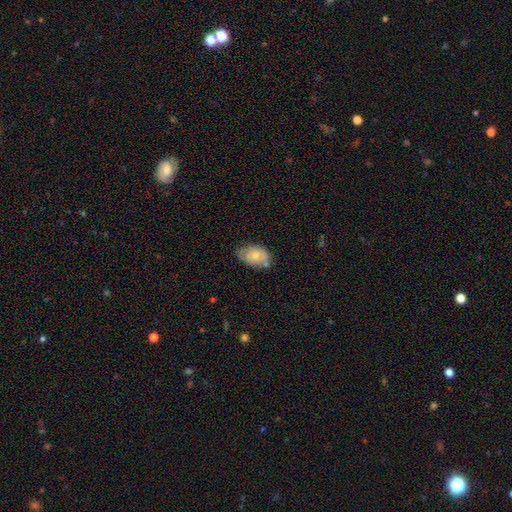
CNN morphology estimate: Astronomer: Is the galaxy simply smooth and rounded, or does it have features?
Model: smooth — 70%.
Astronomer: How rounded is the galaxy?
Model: in between — 86%.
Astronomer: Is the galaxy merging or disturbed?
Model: none — 53% (runner-up: minor disturbance, 32%).